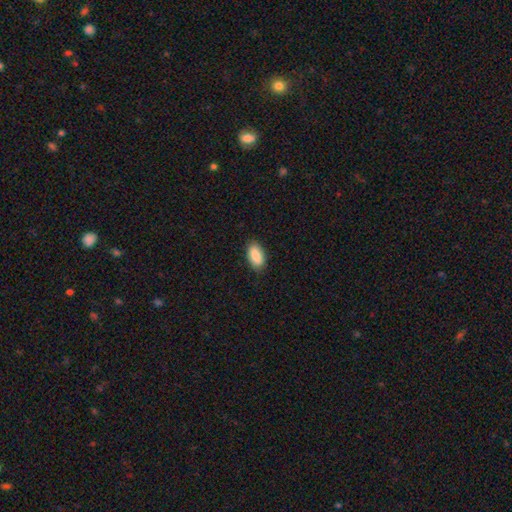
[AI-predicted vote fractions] Smooth or featured? Predicted: smooth (p=0.89). How rounded? Predicted: in between (p=0.93). Merging? Predicted: none (p=0.87).